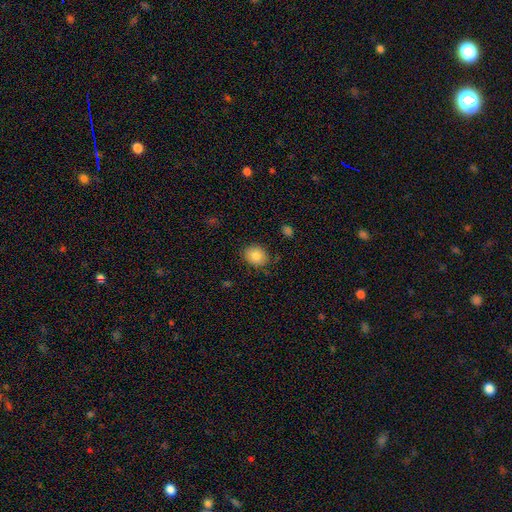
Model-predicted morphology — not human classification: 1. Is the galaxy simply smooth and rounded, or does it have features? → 84% smooth, 8% star or artifact, 8% featured or disk.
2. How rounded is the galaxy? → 50% in between, 49% round, 1% cigar-shaped.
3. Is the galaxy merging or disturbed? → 80% none, 15% minor disturbance, 3% major disturbance, 1% merger.